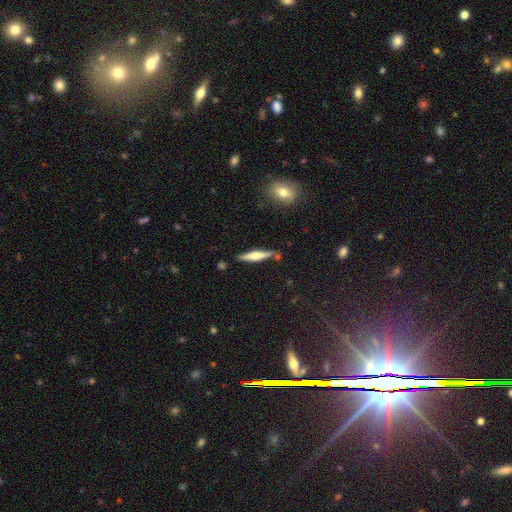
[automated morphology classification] Smooth or featured: featured or disk — 54% (smooth — 40%)
Edge-on disk: yes — 96% (no — 4%)
Edge-on bulge: rounded — 83% (boxy — 10%)
Merging: none — 83% (minor disturbance — 11%)